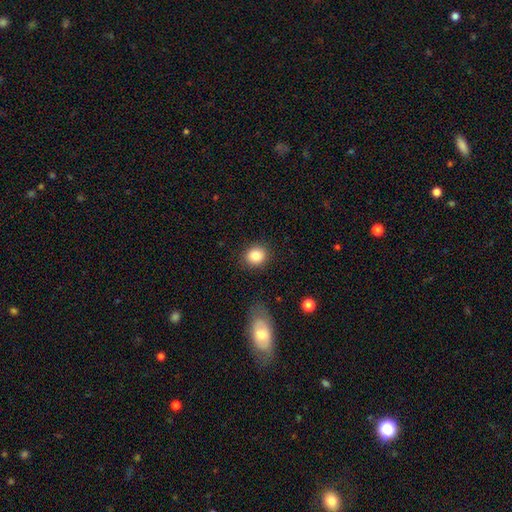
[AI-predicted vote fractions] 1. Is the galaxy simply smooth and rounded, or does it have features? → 84% smooth, 9% star or artifact, 6% featured or disk.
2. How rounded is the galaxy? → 75% round, 24% in between, 1% cigar-shaped.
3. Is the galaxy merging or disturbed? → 87% none, 9% minor disturbance, 3% major disturbance, 2% merger.